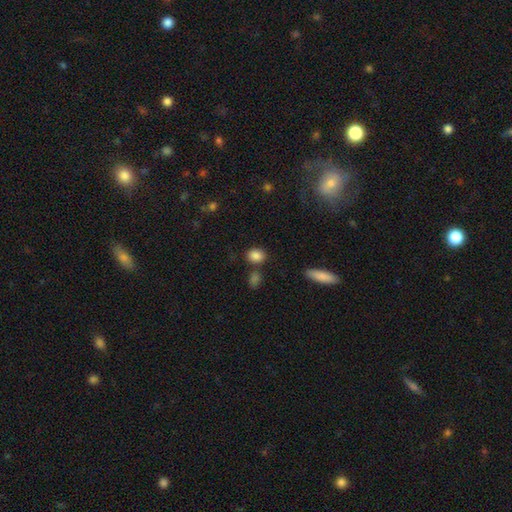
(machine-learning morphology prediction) Smooth or featured: smooth — 85% (star or artifact — 9%)
How rounded: round — 49% (tied with in between — 49%)
Merging: none — 74% (minor disturbance — 12%)